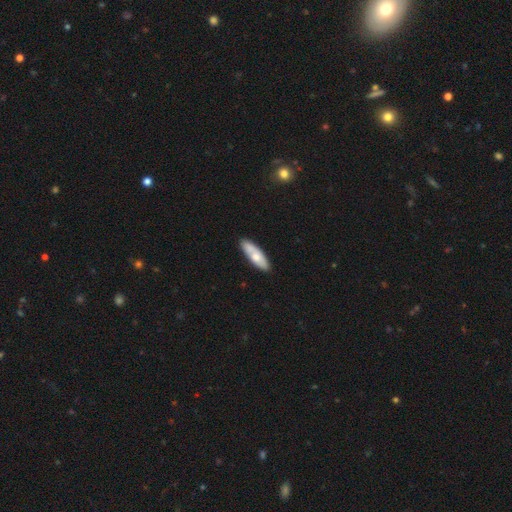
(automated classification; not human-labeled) smooth_or_featured: smooth (p=0.64) [alt: featured or disk p=0.31]
how_rounded: in between (p=0.53) [alt: cigar-shaped p=0.45]
merging: none (p=0.82) [alt: minor disturbance p=0.13]